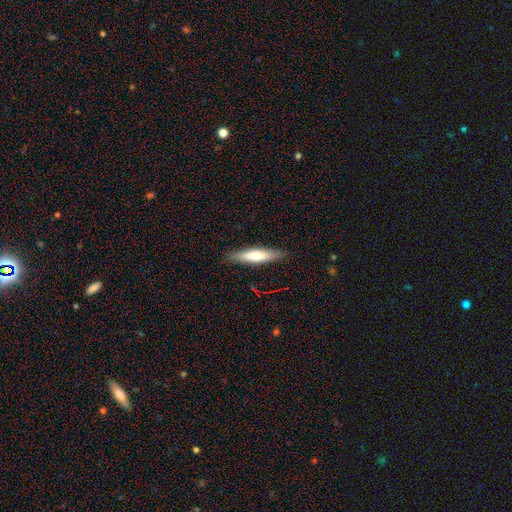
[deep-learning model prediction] Smooth or featured? Predicted: smooth (p=0.60). How rounded? Predicted: cigar-shaped (p=0.79). Merging? Predicted: none (p=0.87).